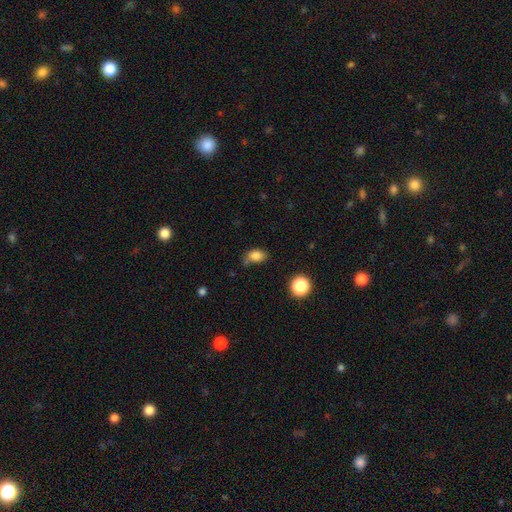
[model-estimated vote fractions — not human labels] Smooth or featured? smooth (82%)
How rounded? in between (76%)
Merging? none (52%)